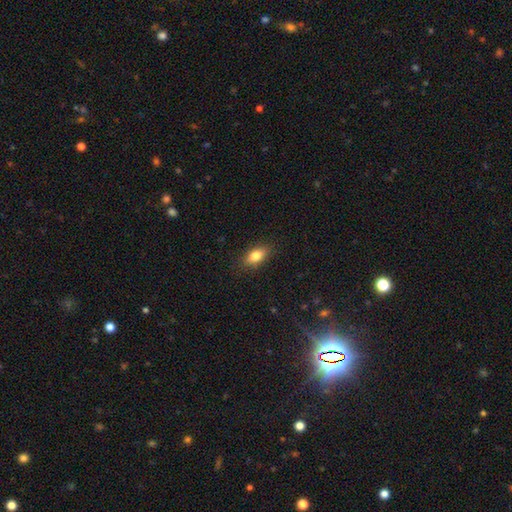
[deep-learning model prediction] Smooth or featured?
  - smooth: 80% *
  - featured or disk: 12%
  - star or artifact: 8%
How rounded?
  - in between: 85% *
  - cigar-shaped: 8%
  - round: 6%
Merging?
  - none: 86% *
  - minor disturbance: 10%
  - major disturbance: 2%
  - merger: 1%